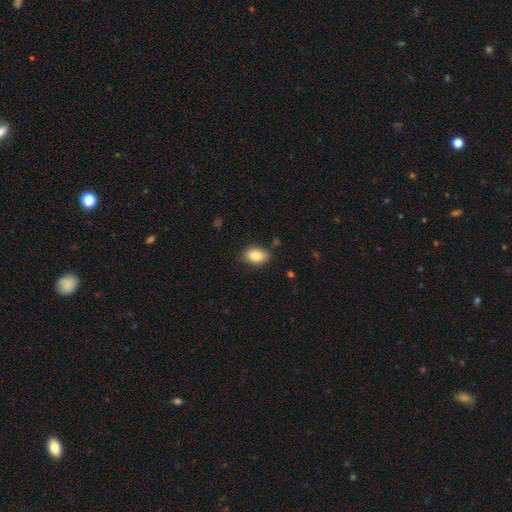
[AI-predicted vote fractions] Overall: smooth (84%). How rounded: in between (87%). Merging: none (82%).